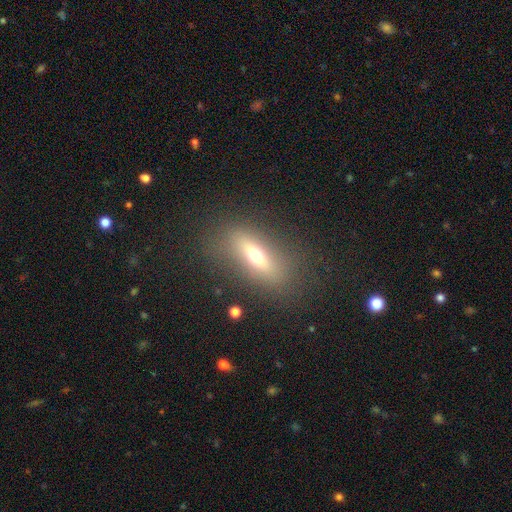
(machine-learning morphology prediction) Overall: smooth (51%; featured or disk 36%). How rounded: in between (62%; cigar-shaped 29%). Merging: none (80%).